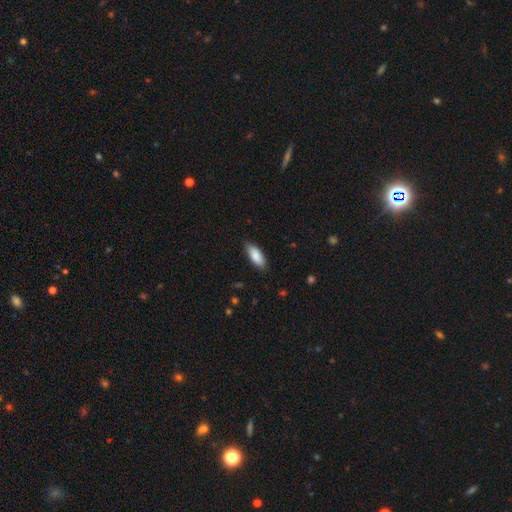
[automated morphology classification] type=smooth (88%); roundness=in between (81%); merging=none (84%).